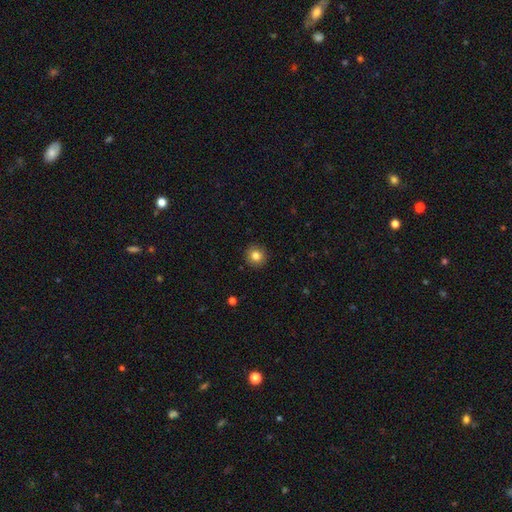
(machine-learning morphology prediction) Smooth or featured?
  - smooth: 82% *
  - star or artifact: 11%
  - featured or disk: 7%
How rounded?
  - round: 94% *
  - in between: 5%
  - cigar-shaped: 1%
Merging?
  - none: 92% *
  - minor disturbance: 6%
  - major disturbance: 2%
  - merger: 1%